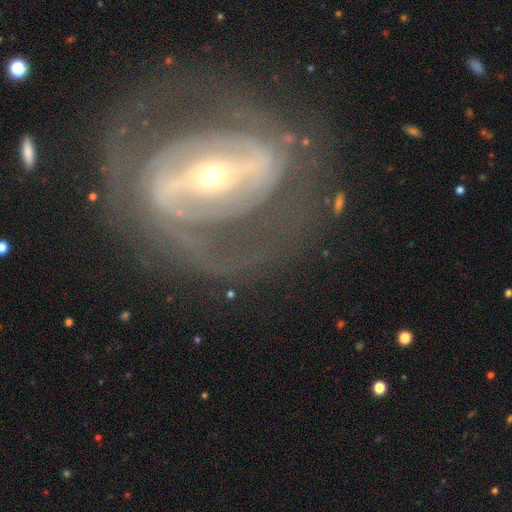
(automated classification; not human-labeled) A featured or disk galaxy (86%) with a strong bar (61%), 2 (62%) tight (46%) spiral arms (82%) and a small central bulge (72%).

Vote fractions:
- Smooth or featured? featured or disk: 86% / smooth: 7% / star or artifact: 6%
- Edge-on disk? no: 95% / yes: 5%
- Bar? strong: 61% / weak: 23% / no: 16%
- Spiral arms? yes: 82% / no: 18%
- Spiral winding? tight: 46% / medium: 38% / loose: 15%
- Spiral arm count? 2: 62% / can't tell: 20% / 3: 7% / 1: 4% / 4: 4% / more than 4: 3%
- Bulge size? small: 72% / moderate: 23% / large: 2% / dominant: 1% / none: 1%
- Merging? none: 64% / major disturbance: 18% / minor disturbance: 15% / merger: 3%